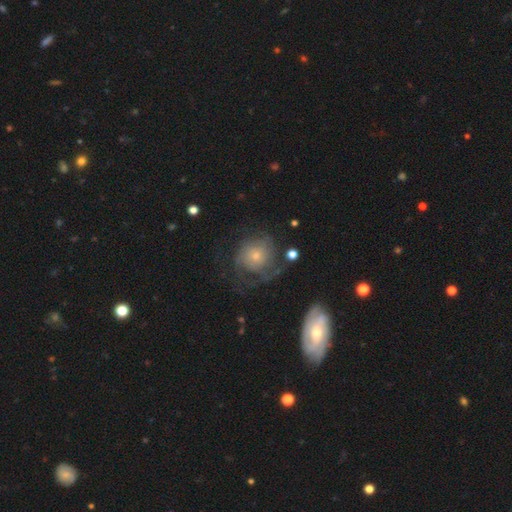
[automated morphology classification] This appears to be a featured or disk galaxy (59%) with no bar (80%), spiral arms (80%) and a small central bulge (61%). Merging: none (55%).